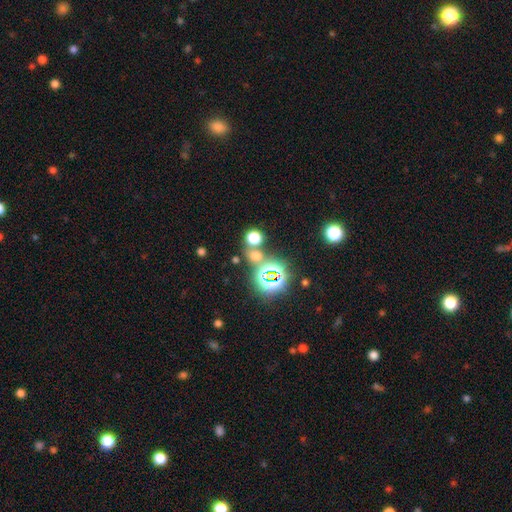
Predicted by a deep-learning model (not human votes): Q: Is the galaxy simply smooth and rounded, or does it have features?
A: smooth — 49%.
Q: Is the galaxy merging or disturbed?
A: none — 66%.